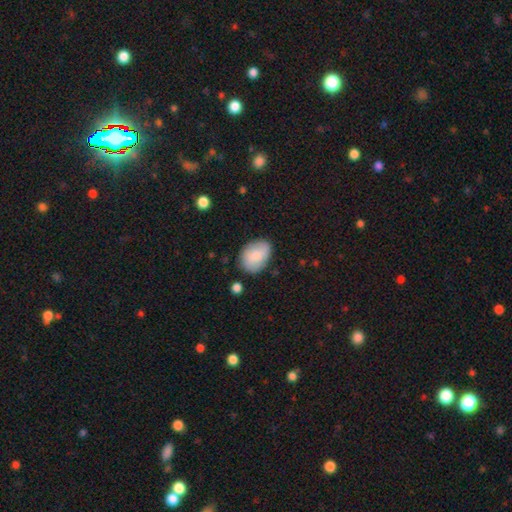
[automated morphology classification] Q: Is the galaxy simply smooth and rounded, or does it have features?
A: smooth — 76%.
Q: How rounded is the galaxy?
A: in between — 80%.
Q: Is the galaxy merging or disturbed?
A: none — 77%.